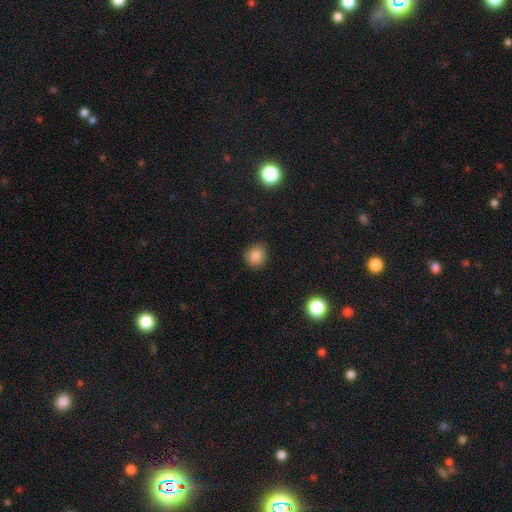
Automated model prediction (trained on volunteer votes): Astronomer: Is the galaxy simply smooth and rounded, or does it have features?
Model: smooth — 86%.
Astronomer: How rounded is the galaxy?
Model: round — 72%.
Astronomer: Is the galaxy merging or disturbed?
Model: none — 82%.